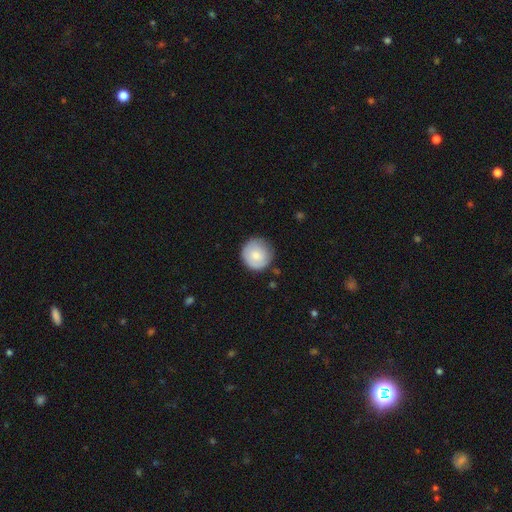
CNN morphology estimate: type=smooth (76%); roundness=round (94%); merging=none (80%).